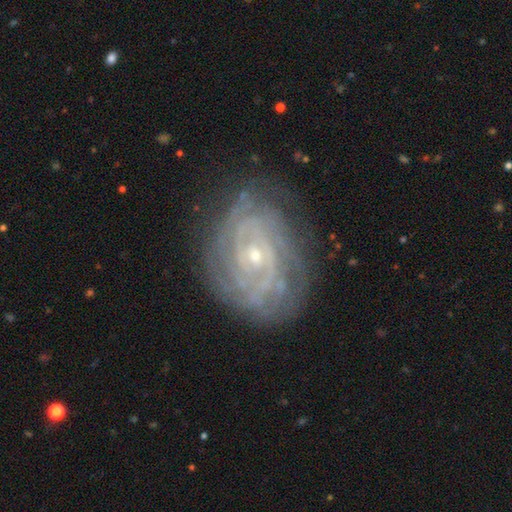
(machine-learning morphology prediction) type=featured or disk (87%); edge-on=no (97%); bar=no (73%); spiral arms=yes (95%); winding=tight (78%); arm count=can't tell (34%); bulge=small (78%); merging=none (75%).